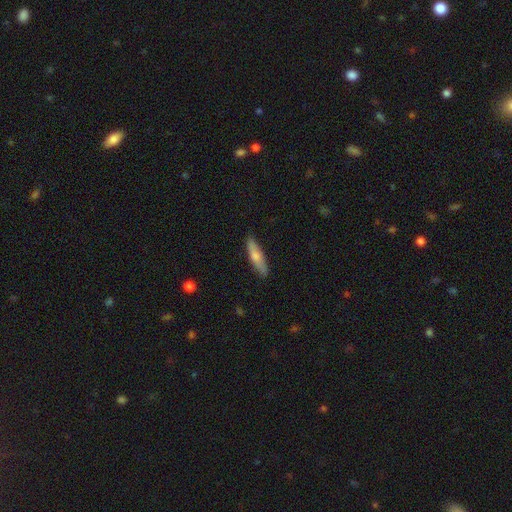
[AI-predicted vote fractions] smooth-or-featured: smooth: 68% | featured or disk: 27% | star or artifact: 6%
  how-rounded: cigar-shaped: 72% | in between: 26% | round: 2%
  merging: none: 86% | minor disturbance: 11% | major disturbance: 2% | merger: 1%